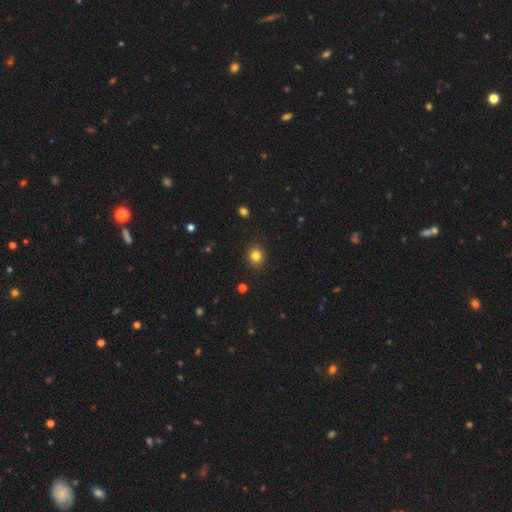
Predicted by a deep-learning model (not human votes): Smooth or featured? smooth (81%)
How rounded? round (77%)
Merging? none (90%)